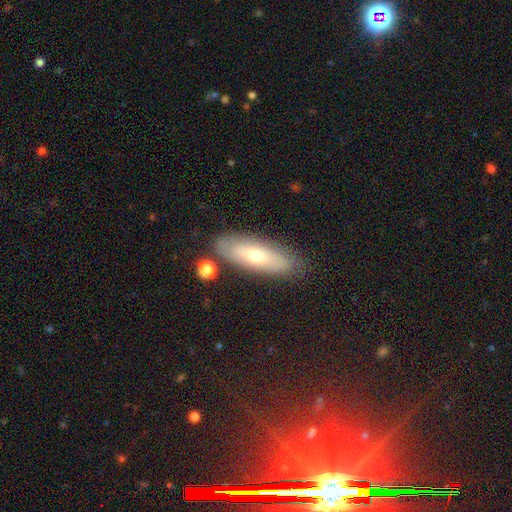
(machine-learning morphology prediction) A smooth galaxy with no disk features (54%) that is in between round and cigar-shaped (57%).

Vote fractions:
- Smooth or featured? smooth: 54% / featured or disk: 38% / star or artifact: 8%
- How rounded? in between: 57% / cigar-shaped: 40% / round: 2%
- Merging? none: 80% / minor disturbance: 13% / merger: 4% / major disturbance: 3%